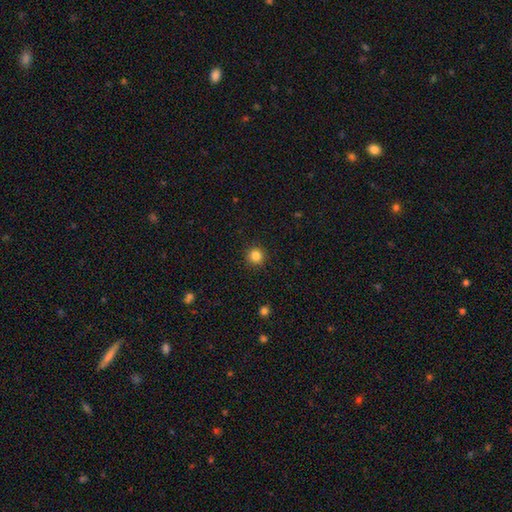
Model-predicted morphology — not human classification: Smooth or featured?
  - smooth: 84% *
  - star or artifact: 12%
  - featured or disk: 4%
How rounded?
  - round: 94% *
  - in between: 5%
  - cigar-shaped: 1%
Merging?
  - none: 92% *
  - minor disturbance: 5%
  - major disturbance: 2%
  - merger: 1%